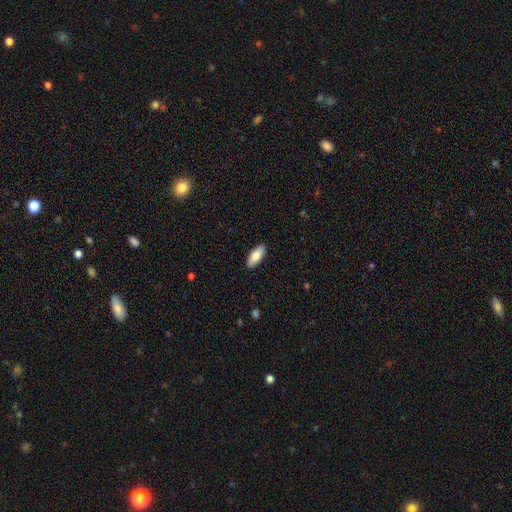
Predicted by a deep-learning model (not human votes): Smooth or featured: smooth — 82% (featured or disk — 12%)
How rounded: in between — 83% (cigar-shaped — 15%)
Merging: none — 90% (minor disturbance — 8%)